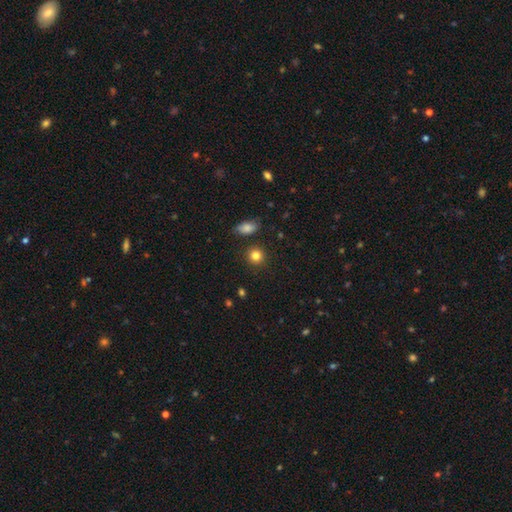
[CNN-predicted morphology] Smooth or featured? smooth (84%)
How rounded? round (89%)
Merging? none (87%)